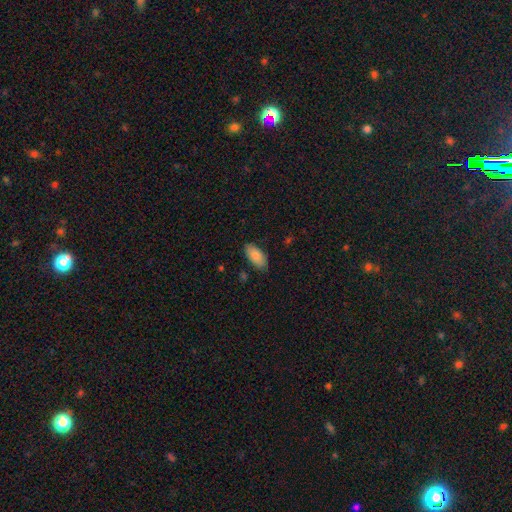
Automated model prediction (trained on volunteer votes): Smooth or featured? smooth (86%)
How rounded? in between (93%)
Merging? none (84%)